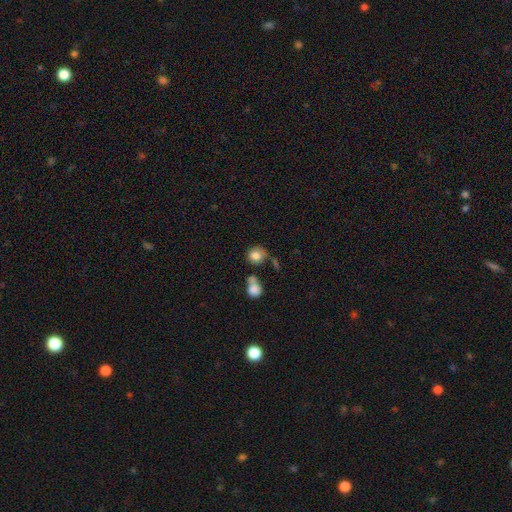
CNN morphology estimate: The model was most divided on "merging": none: 55%, merger: 21%, minor disturbance: 16%, major disturbance: 8%. More confident: how rounded — round (82%); smooth or featured — smooth (81%).